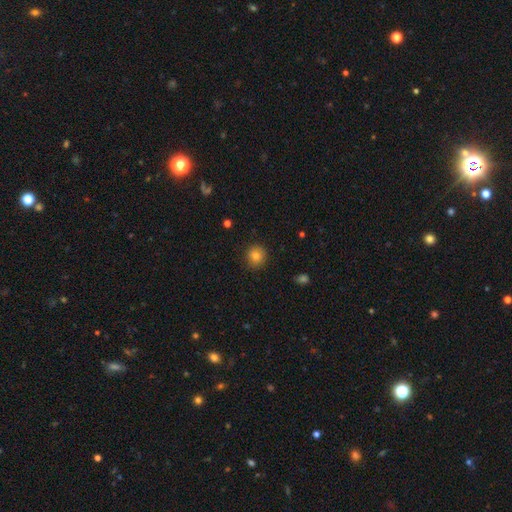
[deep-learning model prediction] smooth_or_featured: smooth (p=0.83) [alt: star or artifact p=0.11]
how_rounded: round (p=0.89) [alt: in between p=0.10]
merging: none (p=0.89) [alt: minor disturbance p=0.08]